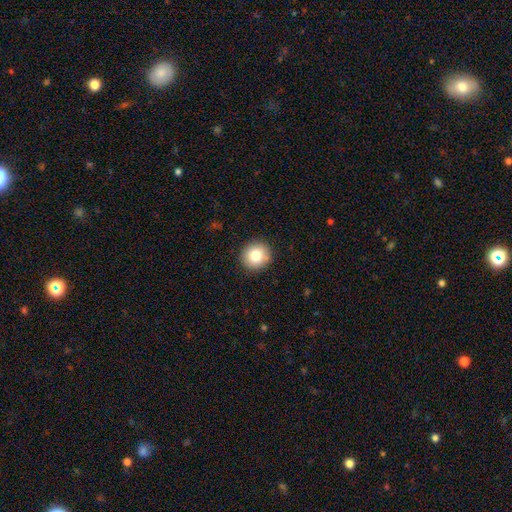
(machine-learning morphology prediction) Q: Smooth or featured?
A: smooth (79%); runner-up: featured or disk (11%)
Q: How rounded?
A: round (92%); runner-up: in between (7%)
Q: Merging?
A: none (91%); runner-up: minor disturbance (6%)